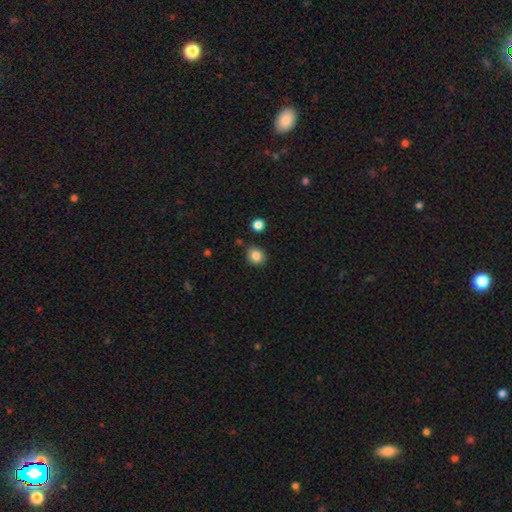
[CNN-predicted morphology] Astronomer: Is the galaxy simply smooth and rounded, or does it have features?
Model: smooth — 84%.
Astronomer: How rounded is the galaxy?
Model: round — 80%.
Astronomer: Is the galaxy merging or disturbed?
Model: none — 85%.